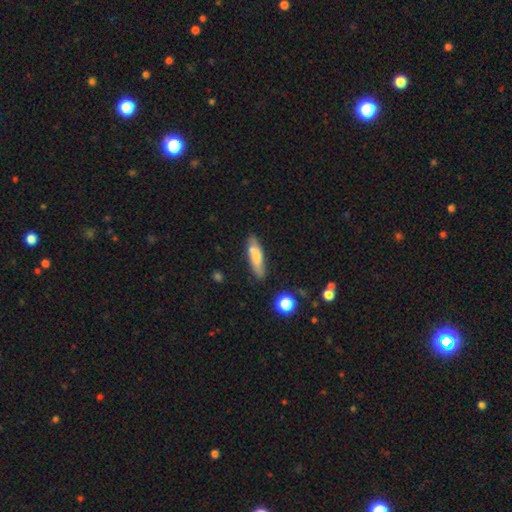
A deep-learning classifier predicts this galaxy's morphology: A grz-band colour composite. It shows a smooth galaxy with no disk features (71%) that is cigar-shaped (64%). Merging: none (76%).